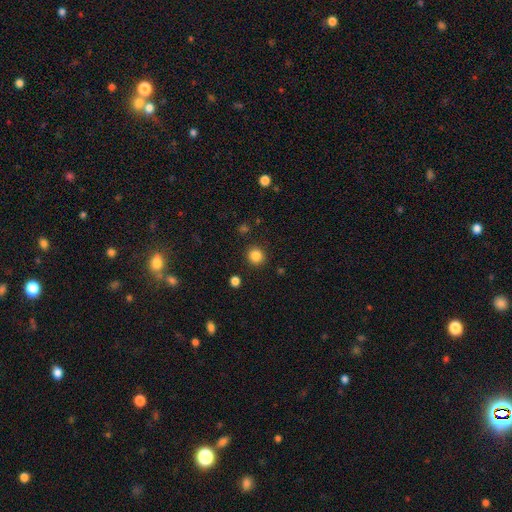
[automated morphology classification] smooth_or_featured: smooth (p=0.85) [alt: star or artifact p=0.11]
how_rounded: round (p=0.91) [alt: in between p=0.09]
merging: none (p=0.90) [alt: minor disturbance p=0.06]